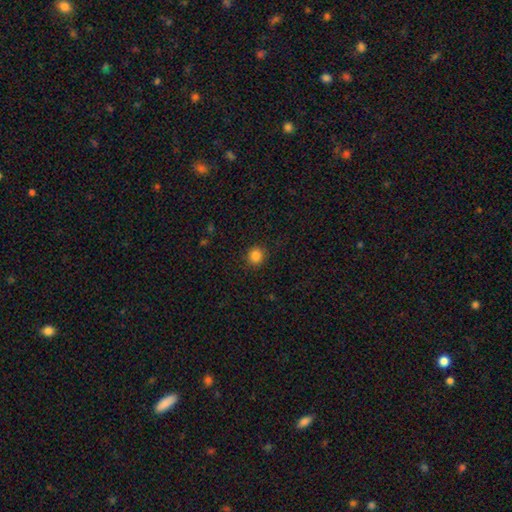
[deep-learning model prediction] Smooth or featured?
  - smooth: 85% *
  - star or artifact: 11%
  - featured or disk: 4%
How rounded?
  - round: 88% *
  - in between: 11%
  - cigar-shaped: 1%
Merging?
  - none: 90% *
  - minor disturbance: 7%
  - major disturbance: 2%
  - merger: 1%